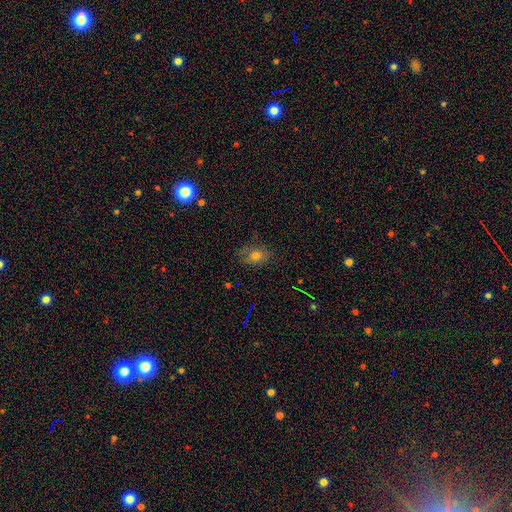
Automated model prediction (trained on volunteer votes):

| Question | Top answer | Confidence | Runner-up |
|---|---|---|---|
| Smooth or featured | smooth | 71% | star or artifact (15%) |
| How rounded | in between | 71% | round (27%) |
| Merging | none | 75% | minor disturbance (19%) |